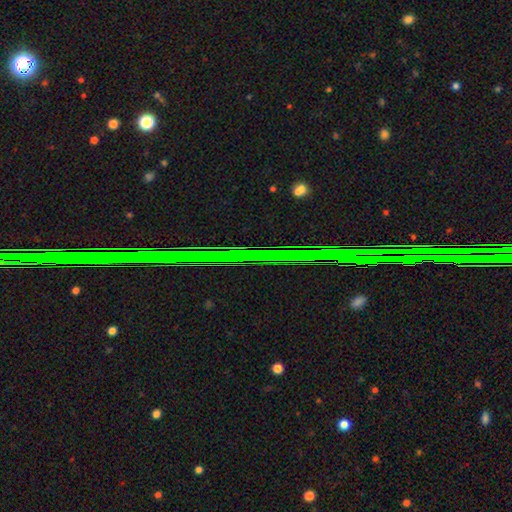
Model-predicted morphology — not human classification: Smooth or featured: star or artifact — 81% (featured or disk — 11%)